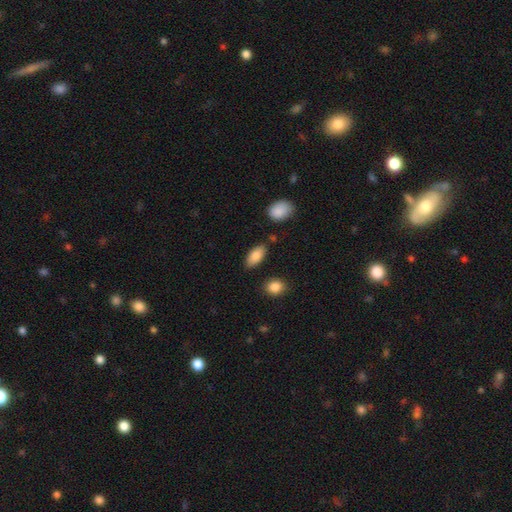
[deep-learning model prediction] smooth-or-featured: smooth: 86% | featured or disk: 8% | star or artifact: 7%
  how-rounded: in between: 89% | cigar-shaped: 8% | round: 3%
  merging: none: 82% | minor disturbance: 11% | merger: 4% | major disturbance: 3%